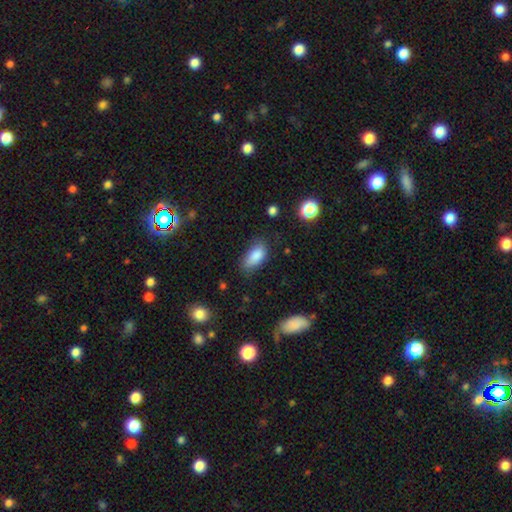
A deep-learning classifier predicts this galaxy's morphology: A smooth galaxy with no disk features (85%) that is in between round and cigar-shaped (90%).

Vote fractions:
- Smooth or featured? smooth: 85% / star or artifact: 8% / featured or disk: 7%
- How rounded? in between: 90% / cigar-shaped: 6% / round: 4%
- Merging? none: 64% / minor disturbance: 27% / major disturbance: 7% / merger: 2%